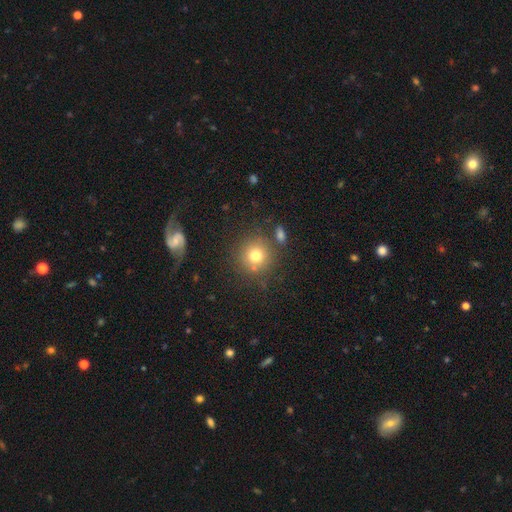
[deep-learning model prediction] smooth_or_featured: smooth (p=0.76) [alt: star or artifact p=0.13]
how_rounded: round (p=0.91) [alt: in between p=0.08]
merging: none (p=0.77) [alt: minor disturbance p=0.10]